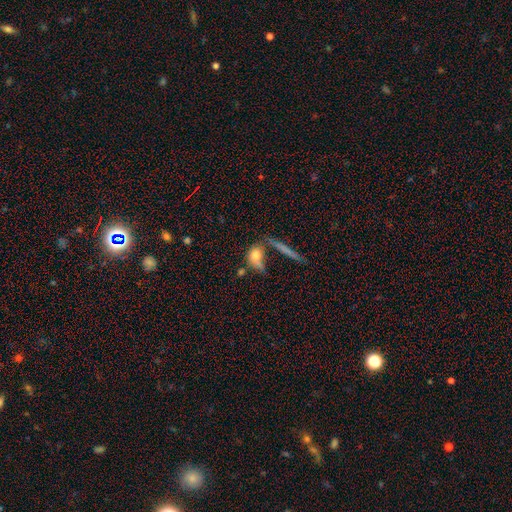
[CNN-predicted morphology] This appears to be a smooth galaxy with no disk features (72%) that is in between round and cigar-shaped (53%). Merging: none (39%).